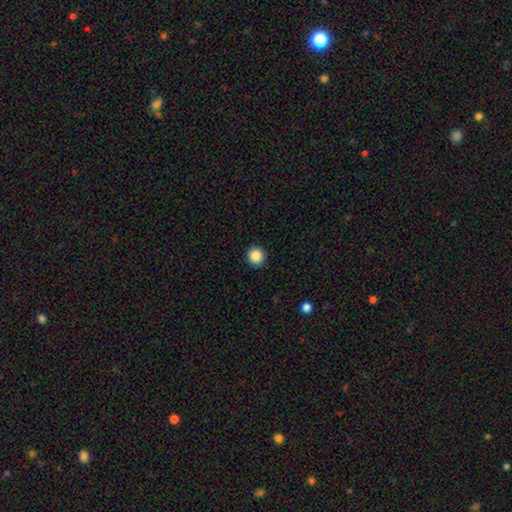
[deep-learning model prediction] A smooth galaxy with no disk features (87%) that is round (94%). Merging: none (93%).